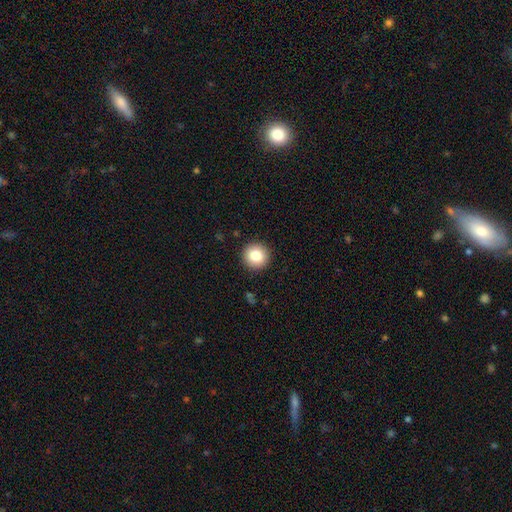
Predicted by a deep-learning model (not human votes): Smooth or featured?
  - smooth: 81% *
  - star or artifact: 10%
  - featured or disk: 9%
How rounded?
  - round: 96% *
  - in between: 4%
  - cigar-shaped: 1%
Merging?
  - none: 93% *
  - minor disturbance: 5%
  - major disturbance: 2%
  - merger: 1%